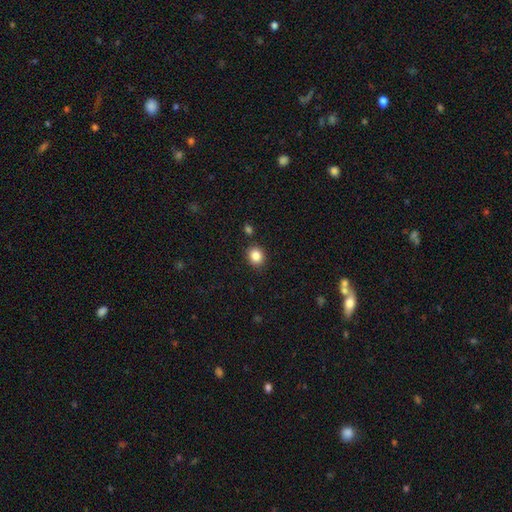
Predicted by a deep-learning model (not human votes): This is clearly a smooth galaxy (85%). How rounded: likely round (70%). Merging: clearly none (86%).